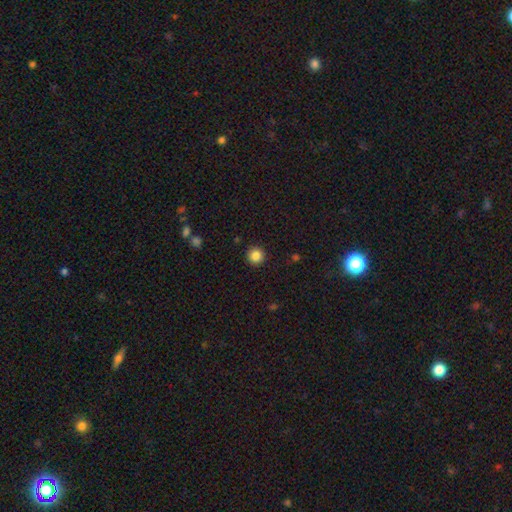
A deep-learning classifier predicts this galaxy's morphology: The model was most divided on "smooth or featured": smooth: 85%, star or artifact: 10%, featured or disk: 4%. More confident: how rounded — round (95%); merging — none (92%).